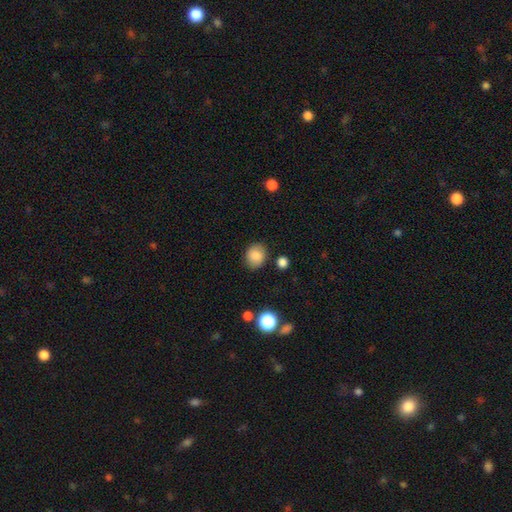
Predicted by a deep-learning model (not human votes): A smooth galaxy with no disk features (85%) that is round (67%).

Vote fractions:
- Smooth or featured? smooth: 85% / star or artifact: 9% / featured or disk: 6%
- How rounded? round: 67% / in between: 32% / cigar-shaped: 1%
- Merging? none: 83% / minor disturbance: 12% / major disturbance: 3% / merger: 3%